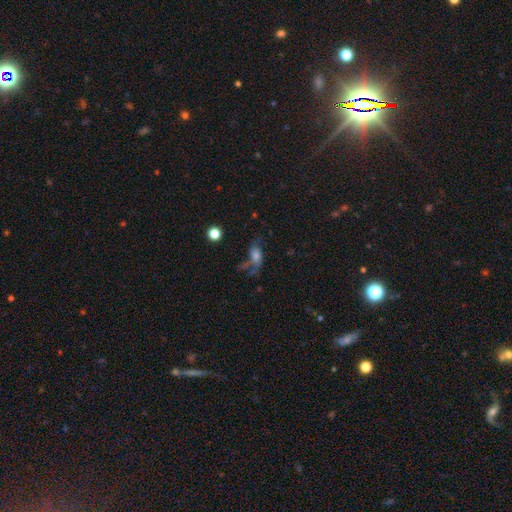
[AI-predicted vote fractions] Overall: smooth (48%; featured or disk 37%). Merging: none (35%; major disturbance 34%).